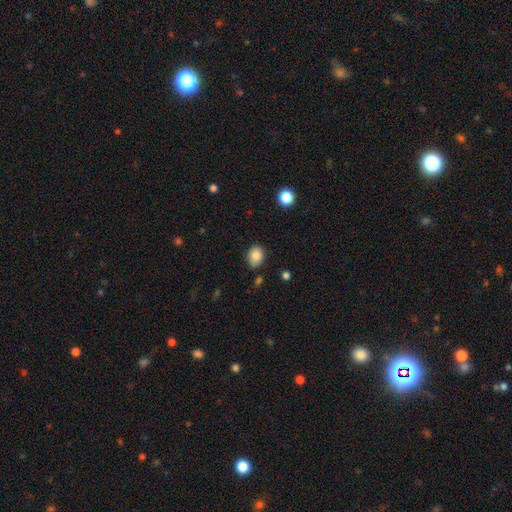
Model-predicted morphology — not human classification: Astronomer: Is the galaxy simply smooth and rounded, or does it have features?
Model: smooth — 86%.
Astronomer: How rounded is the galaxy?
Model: in between — 54% (runner-up: round, 45%).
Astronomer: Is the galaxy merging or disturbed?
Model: none — 79%.